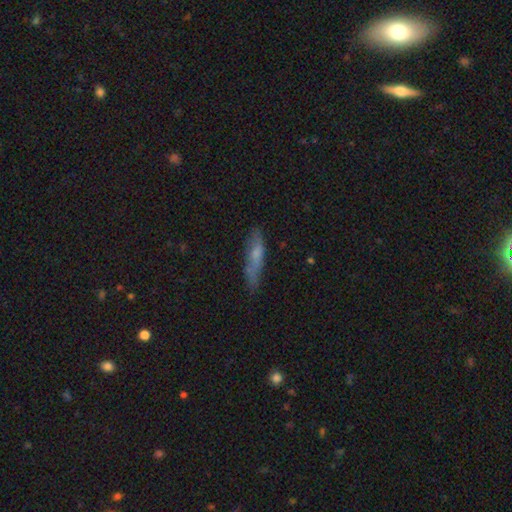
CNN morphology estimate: A smooth galaxy with no disk features (57%) that is cigar-shaped (80%).

Vote fractions:
- Smooth or featured? smooth: 57% / featured or disk: 35% / star or artifact: 8%
- How rounded? cigar-shaped: 80% / in between: 18% / round: 2%
- Merging? none: 66% / minor disturbance: 24% / major disturbance: 7% / merger: 3%